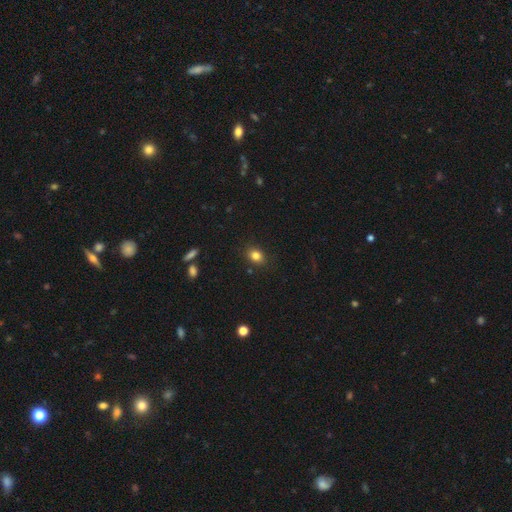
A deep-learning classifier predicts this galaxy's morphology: This appears to be a smooth galaxy with no disk features (82%) that is in between round and cigar-shaped (60%). Merging: none (86%).